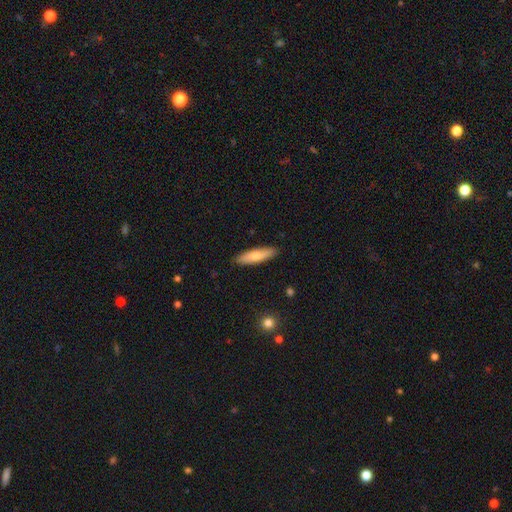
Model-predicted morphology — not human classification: Smooth or featured: smooth — 74% (featured or disk — 21%)
How rounded: cigar-shaped — 73% (in between — 26%)
Merging: none — 89% (minor disturbance — 9%)